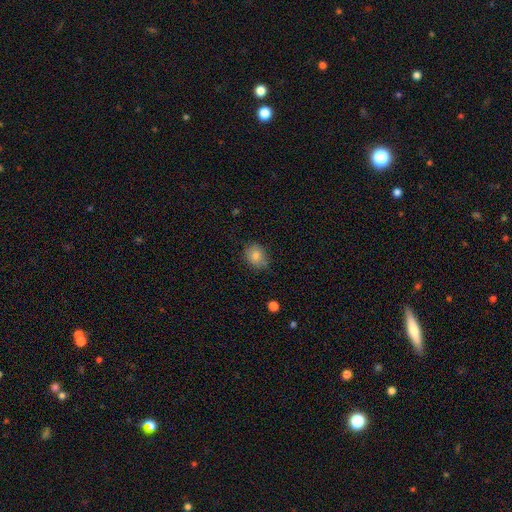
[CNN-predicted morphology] This appears to be a smooth galaxy with no disk features (80%) that is round (59%). Merging: none (74%).